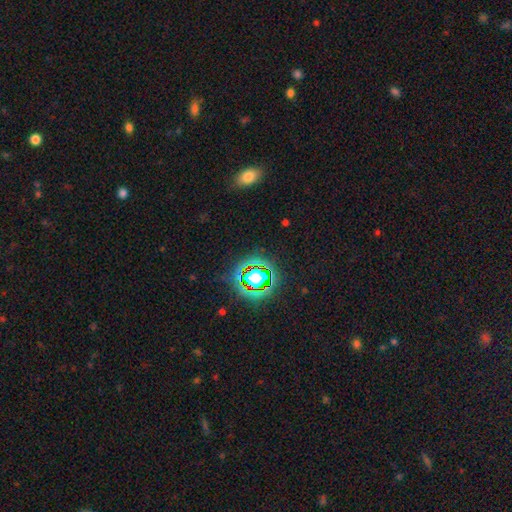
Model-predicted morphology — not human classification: Q: Smooth or featured?
A: star or artifact (68%); runner-up: smooth (22%)